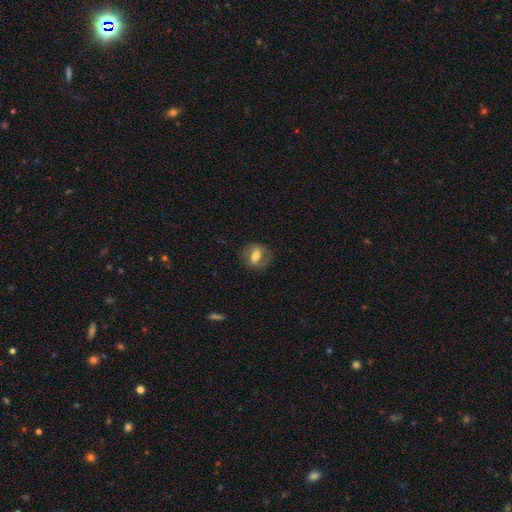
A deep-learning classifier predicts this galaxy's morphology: A smooth galaxy with no disk features (55%) that is in between round and cigar-shaped (56%).

Vote fractions:
- Smooth or featured? smooth: 55% / featured or disk: 37% / star or artifact: 8%
- How rounded? in between: 56% / round: 40% / cigar-shaped: 4%
- Merging? none: 77% / minor disturbance: 15% / major disturbance: 7% / merger: 1%